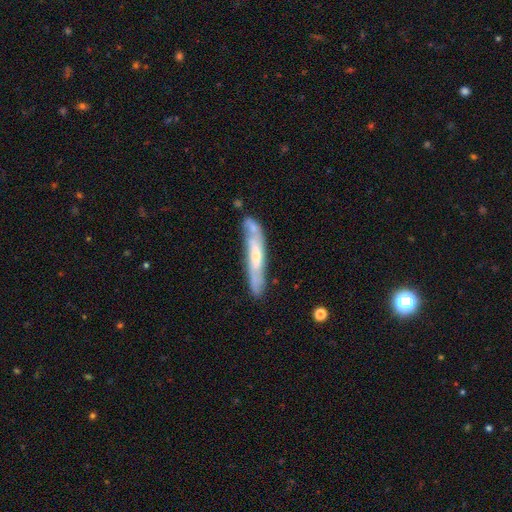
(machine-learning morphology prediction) Q: Smooth or featured?
A: featured or disk (57%); runner-up: smooth (37%)
Q: Edge-on disk?
A: yes (60%); runner-up: no (40%)
Q: Merging?
A: none (63%); runner-up: minor disturbance (21%)